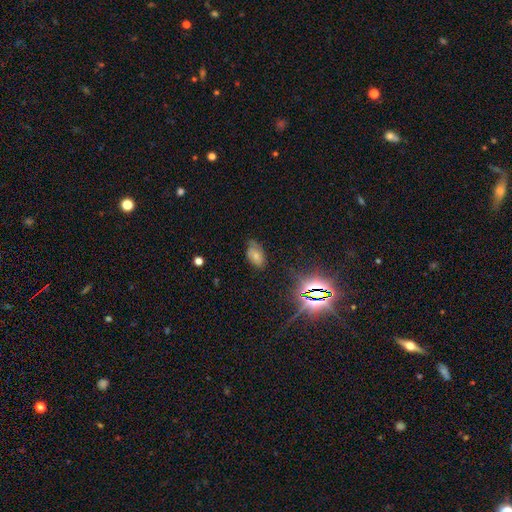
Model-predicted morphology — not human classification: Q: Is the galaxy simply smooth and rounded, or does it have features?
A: smooth — 60%.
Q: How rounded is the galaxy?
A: in between — 91%.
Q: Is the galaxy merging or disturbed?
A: none — 63%.